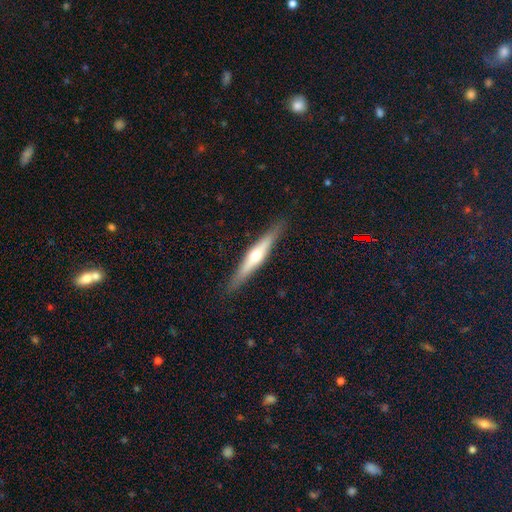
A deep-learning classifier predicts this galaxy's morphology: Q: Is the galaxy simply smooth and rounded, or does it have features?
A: featured or disk — 63%.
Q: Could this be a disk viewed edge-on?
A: yes — 96%.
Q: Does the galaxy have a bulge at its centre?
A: rounded — 85%.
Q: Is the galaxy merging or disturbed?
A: none — 90%.